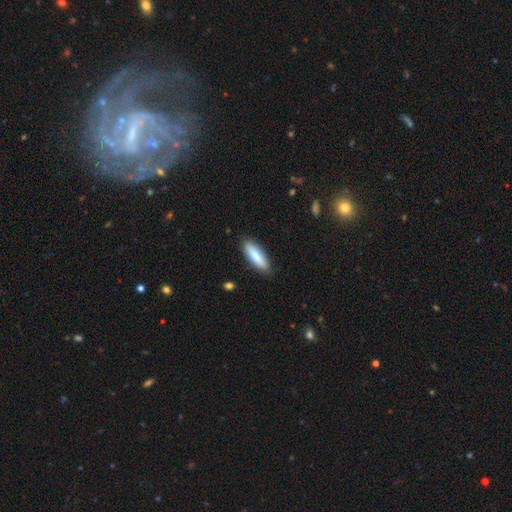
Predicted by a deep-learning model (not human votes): smooth-or-featured: smooth: 77% | featured or disk: 17% | star or artifact: 6%
  how-rounded: in between: 51% | cigar-shaped: 47% | round: 2%
  merging: none: 86% | minor disturbance: 10% | major disturbance: 2% | merger: 1%